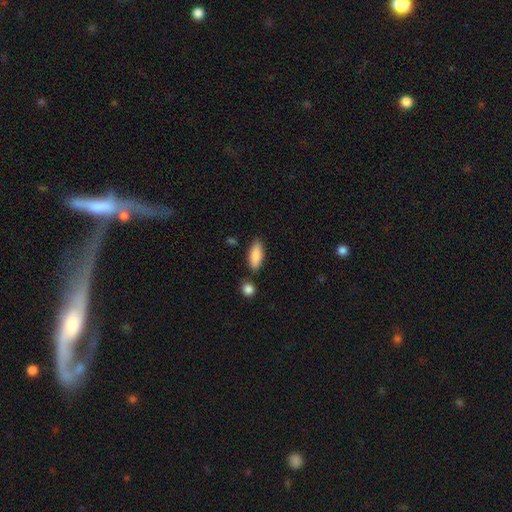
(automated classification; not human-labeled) Smooth or featured? Predicted: smooth (p=0.87). How rounded? Predicted: in between (p=0.81). Merging? Predicted: none (p=0.80).